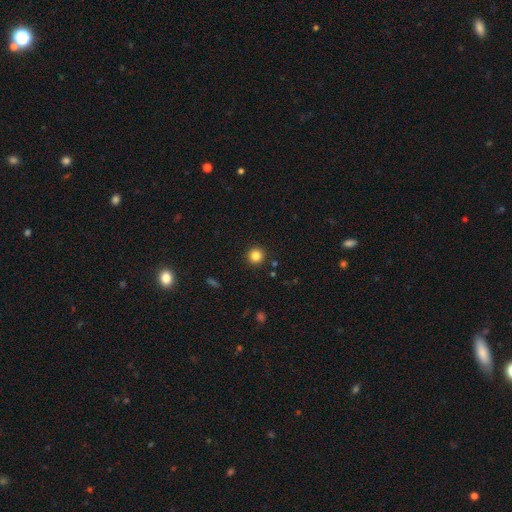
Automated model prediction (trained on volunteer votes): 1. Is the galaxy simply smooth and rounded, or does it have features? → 84% smooth, 12% star or artifact, 5% featured or disk.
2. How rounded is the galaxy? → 95% round, 4% in between, 1% cigar-shaped.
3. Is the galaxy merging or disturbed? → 92% none, 5% minor disturbance, 2% major disturbance, 1% merger.